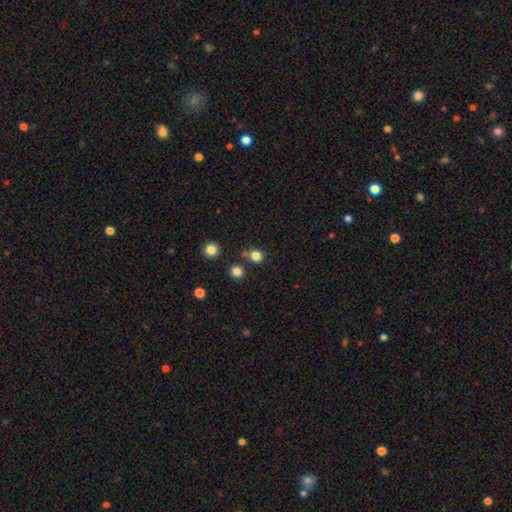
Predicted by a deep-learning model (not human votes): The model was most divided on "merging": none: 71%, merger: 14%, minor disturbance: 10%, major disturbance: 4%. More confident: how rounded — round (88%); smooth or featured — smooth (81%).